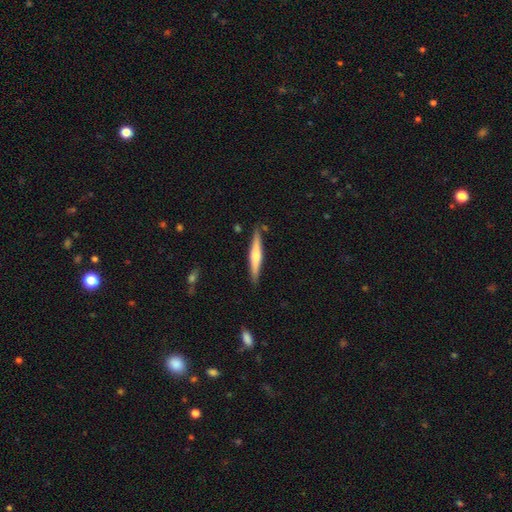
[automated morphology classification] Q: Smooth or featured?
A: featured or disk (51%); runner-up: smooth (44%)
Q: Edge-on disk?
A: yes (97%); runner-up: no (3%)
Q: Merging?
A: none (87%); runner-up: minor disturbance (9%)